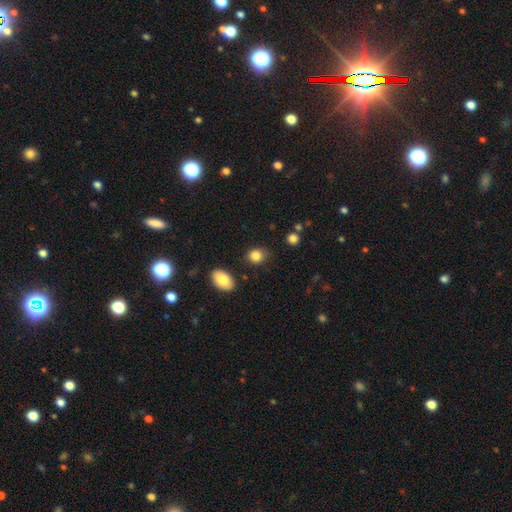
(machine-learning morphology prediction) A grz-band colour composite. It shows a smooth galaxy with no disk features (85%) that is round (60%). Merging: none (79%).